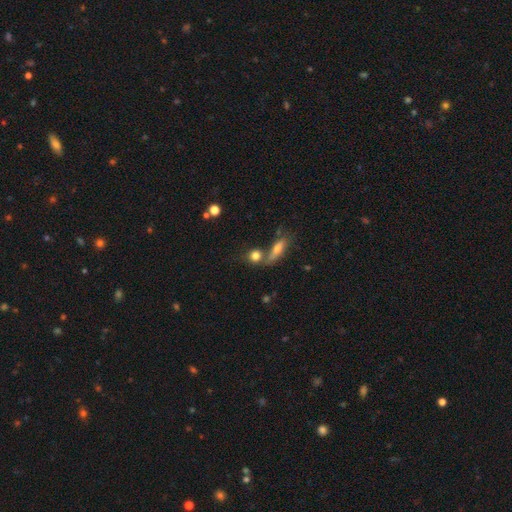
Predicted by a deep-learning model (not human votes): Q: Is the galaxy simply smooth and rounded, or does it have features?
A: smooth — 78%.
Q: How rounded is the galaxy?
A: round — 67%.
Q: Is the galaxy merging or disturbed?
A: none — 54%.